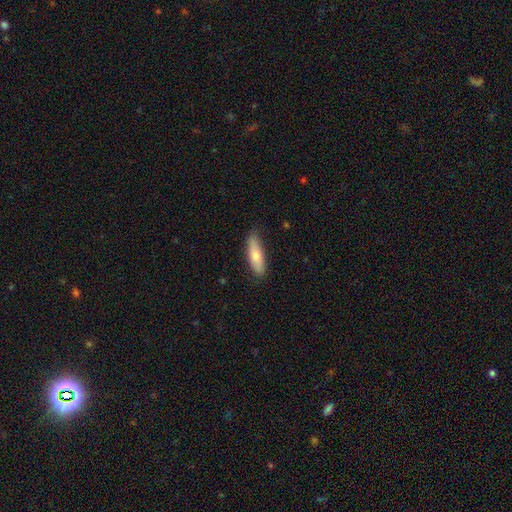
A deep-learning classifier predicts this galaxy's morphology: Q: Smooth or featured?
A: smooth (70%); runner-up: featured or disk (24%)
Q: How rounded?
A: cigar-shaped (54%); runner-up: in between (44%)
Q: Merging?
A: none (83%); runner-up: minor disturbance (13%)